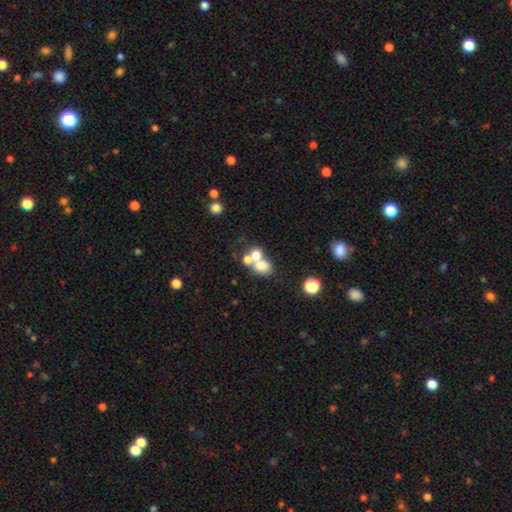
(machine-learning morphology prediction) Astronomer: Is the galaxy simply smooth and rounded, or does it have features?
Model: smooth — 66%.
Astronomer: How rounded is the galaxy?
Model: round — 60% (runner-up: in between, 39%).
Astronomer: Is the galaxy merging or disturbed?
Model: merger — 62%.